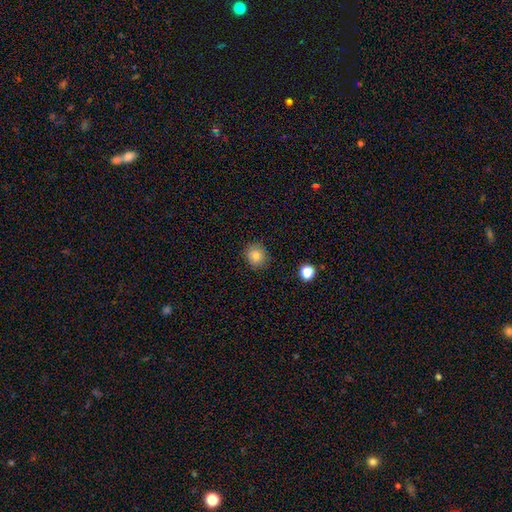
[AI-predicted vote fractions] This appears to be a smooth galaxy with no disk features (85%) that is round (86%). Merging: none (86%).